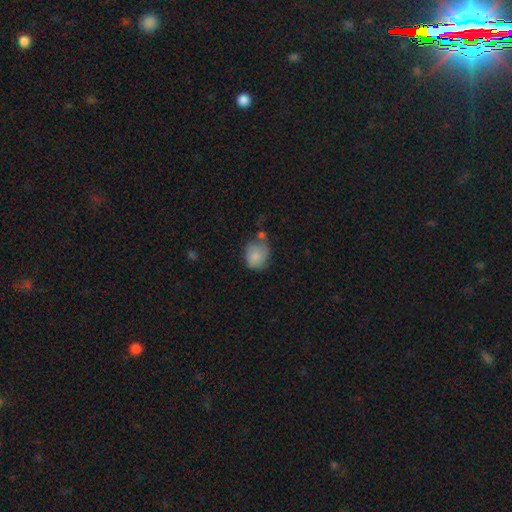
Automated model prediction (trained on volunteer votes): Smooth or featured?
  - smooth: 81% *
  - featured or disk: 11%
  - star or artifact: 8%
How rounded?
  - round: 70% *
  - in between: 29%
  - cigar-shaped: 1%
Merging?
  - none: 51% *
  - minor disturbance: 26%
  - merger: 15%
  - major disturbance: 9%